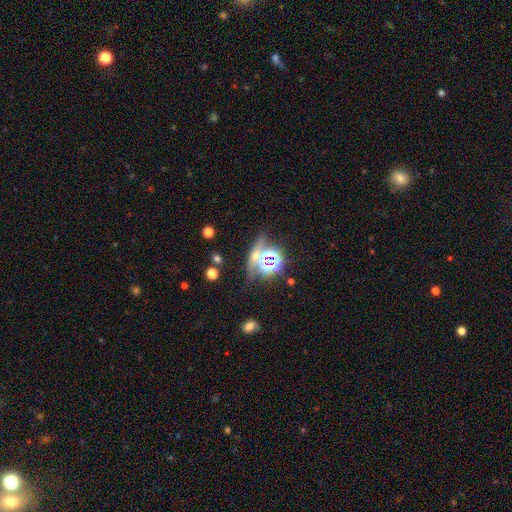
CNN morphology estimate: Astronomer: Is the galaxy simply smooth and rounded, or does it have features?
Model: star or artifact — 49% (runner-up: smooth, 32%).